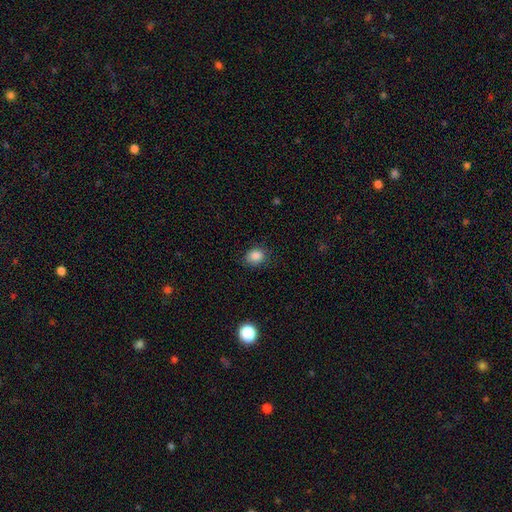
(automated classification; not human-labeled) Overall: smooth (86%). How rounded: round (50%; in between 49%). Merging: none (80%).